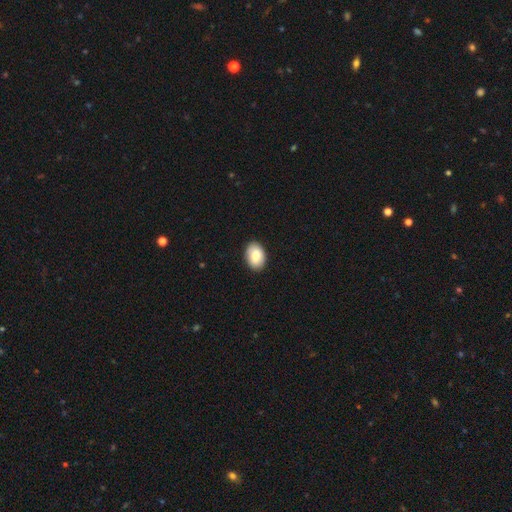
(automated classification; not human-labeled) Smooth or featured: smooth — 86% (featured or disk — 7%)
How rounded: in between — 86% (round — 13%)
Merging: none — 89% (minor disturbance — 8%)